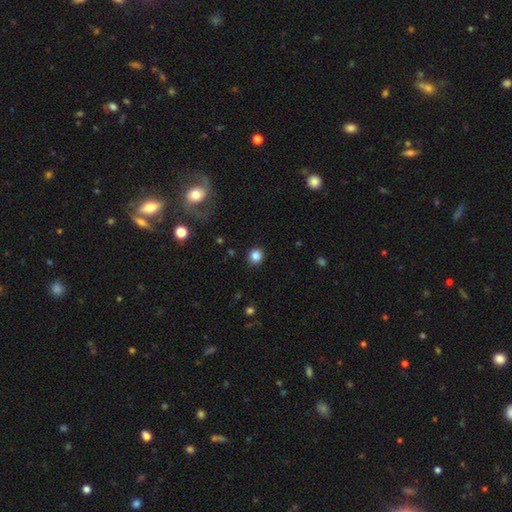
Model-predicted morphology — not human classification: The model was most divided on "how rounded": round: 85%, in between: 14%, cigar-shaped: 1%. More confident: merging — none (90%); smooth or featured — smooth (85%).